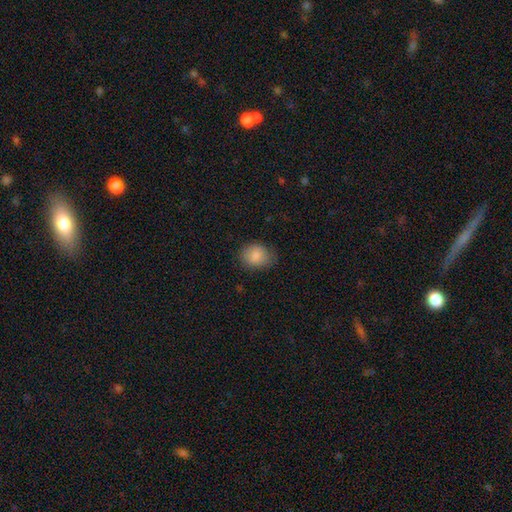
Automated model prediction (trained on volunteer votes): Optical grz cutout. It shows a smooth galaxy with no disk features (83%) that is in between round and cigar-shaped (50%). Merging: none (73%).